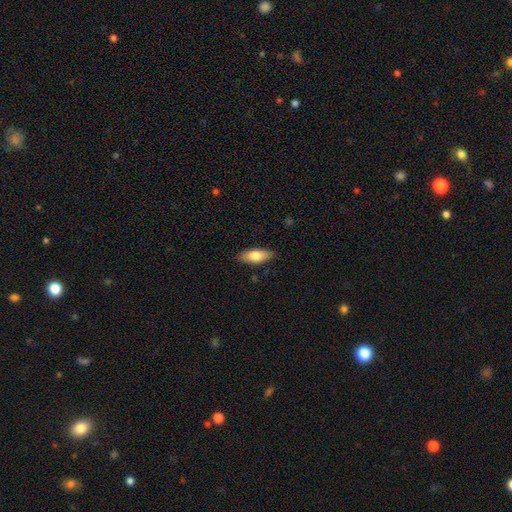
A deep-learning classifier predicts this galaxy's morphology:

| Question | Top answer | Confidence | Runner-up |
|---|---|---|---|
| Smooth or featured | smooth | 79% | featured or disk (15%) |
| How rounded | in between | 74% | cigar-shaped (24%) |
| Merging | none | 87% | minor disturbance (10%) |